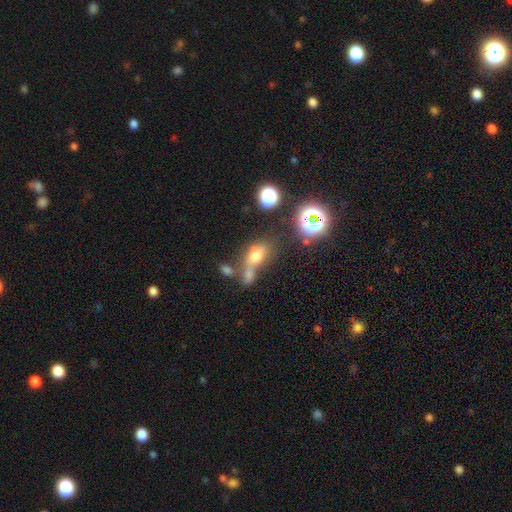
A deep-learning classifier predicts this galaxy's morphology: A smooth galaxy with no disk features (57%) that is in between round and cigar-shaped (61%). Merging: merger (43%).